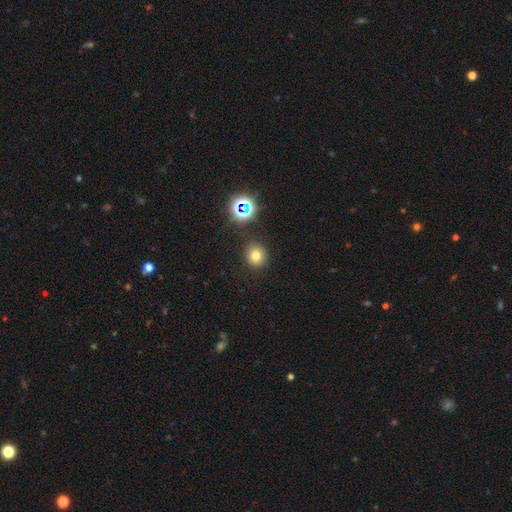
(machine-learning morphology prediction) This is likely a smooth galaxy (73%). How rounded: clearly round (85%). Merging: clearly none (86%).